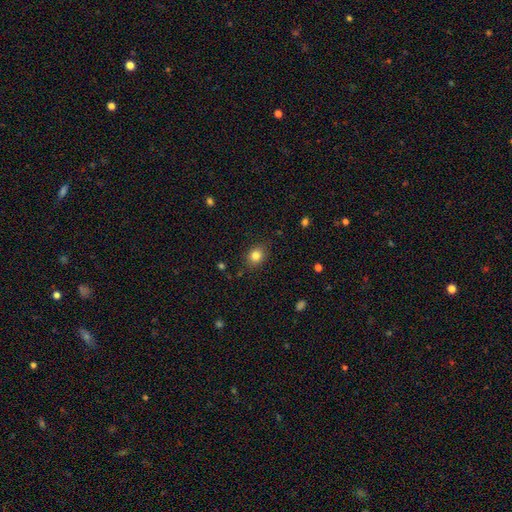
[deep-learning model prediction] Smooth or featured?
  - smooth: 83% *
  - star or artifact: 11%
  - featured or disk: 7%
How rounded?
  - round: 58% *
  - in between: 41%
  - cigar-shaped: 1%
Merging?
  - none: 85% *
  - minor disturbance: 11%
  - major disturbance: 3%
  - merger: 1%